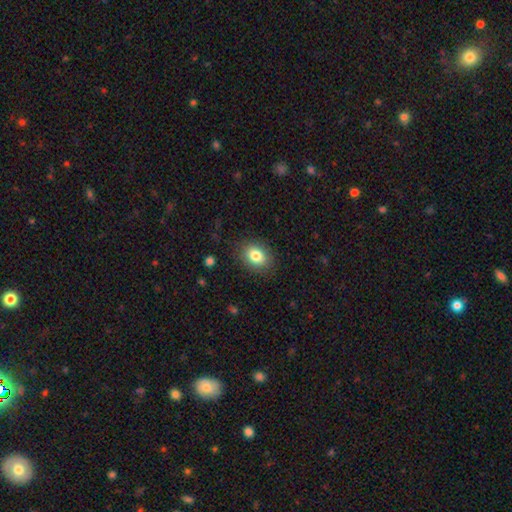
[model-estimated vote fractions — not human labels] Smooth or featured: smooth — 82% (star or artifact — 9%)
How rounded: in between — 63% (round — 36%)
Merging: none — 86% (minor disturbance — 10%)